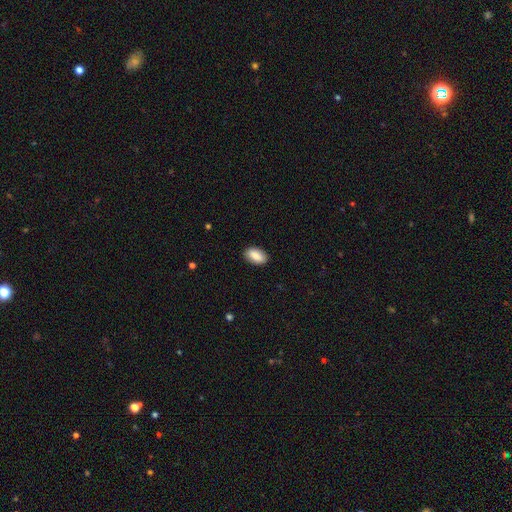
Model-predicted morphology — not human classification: Smooth or featured: smooth — 87% (featured or disk — 7%)
How rounded: in between — 93% (round — 5%)
Merging: none — 88% (minor disturbance — 9%)